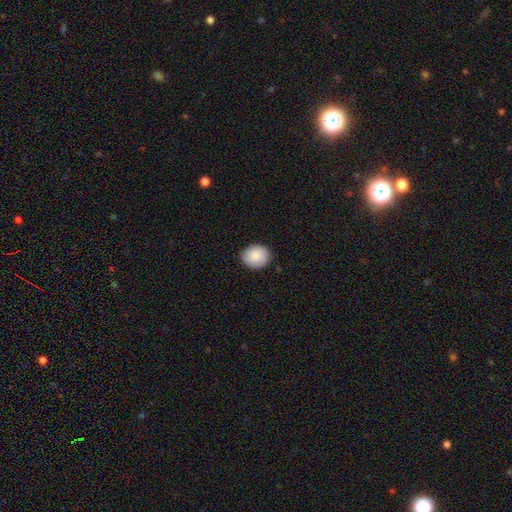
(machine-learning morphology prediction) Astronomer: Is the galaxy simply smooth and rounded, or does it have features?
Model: smooth — 88%.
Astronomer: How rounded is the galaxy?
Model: round — 61% (runner-up: in between, 38%).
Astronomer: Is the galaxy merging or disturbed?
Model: none — 88%.